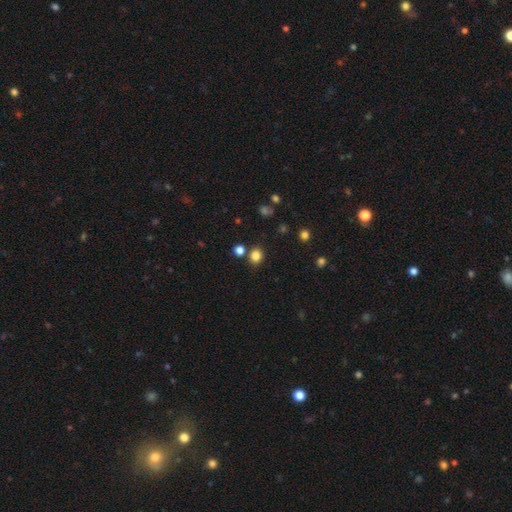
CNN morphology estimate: Smooth or featured? Predicted: smooth (p=0.81). How rounded? Predicted: round (p=0.76). Merging? Predicted: none (p=0.82).